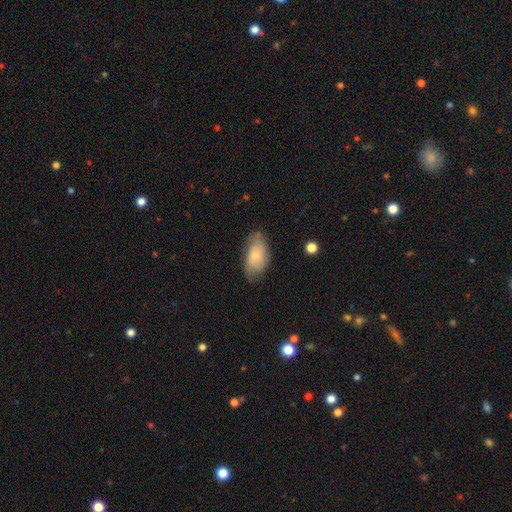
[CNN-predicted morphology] smooth-or-featured: smooth: 52% | featured or disk: 42% | star or artifact: 7%
  how-rounded: in between: 90% | round: 6% | cigar-shaped: 3%
  merging: none: 65% | minor disturbance: 26% | major disturbance: 7% | merger: 2%